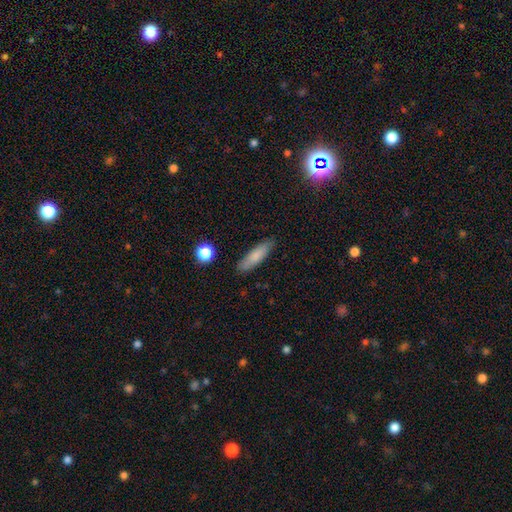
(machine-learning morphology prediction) A smooth galaxy with no disk features (79%) that is cigar-shaped (64%).

Vote fractions:
- Smooth or featured? smooth: 79% / featured or disk: 13% / star or artifact: 7%
- How rounded? cigar-shaped: 64% / in between: 34% / round: 2%
- Merging? none: 85% / minor disturbance: 11% / major disturbance: 2% / merger: 2%